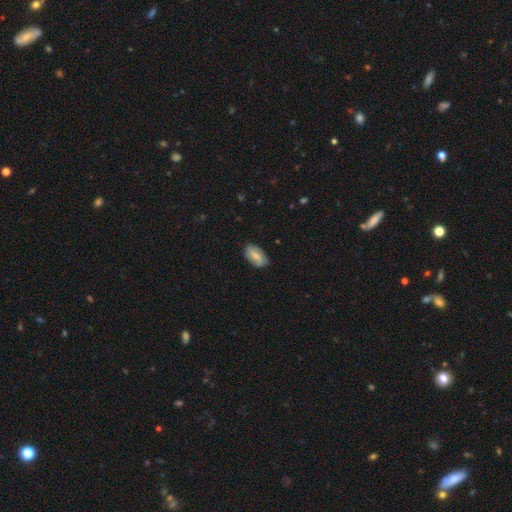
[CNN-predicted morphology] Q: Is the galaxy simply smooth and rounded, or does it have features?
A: smooth — 70%.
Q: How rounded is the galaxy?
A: in between — 93%.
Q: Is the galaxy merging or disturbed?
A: none — 83%.